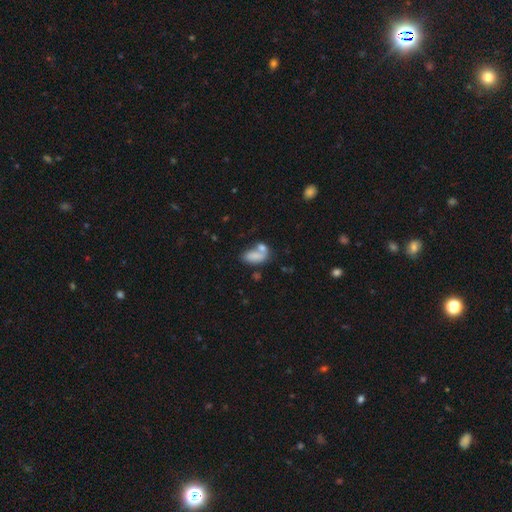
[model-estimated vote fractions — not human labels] Morphology: type=smooth (76%); roundness=in between (89%); merging=merger (45%).